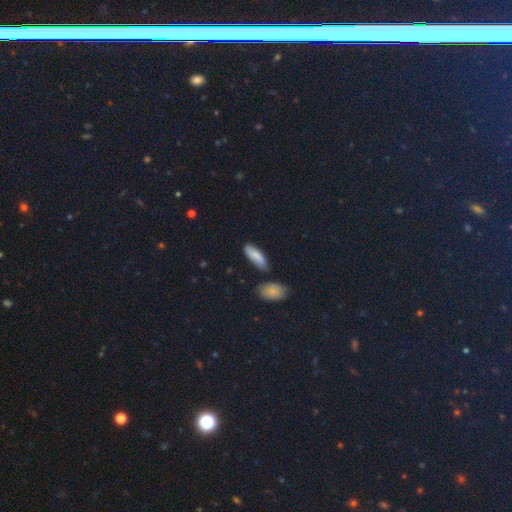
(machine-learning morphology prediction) Smooth or featured? Predicted: smooth (p=0.79). How rounded? Predicted: in between (p=0.64). Merging? Predicted: none (p=0.74).